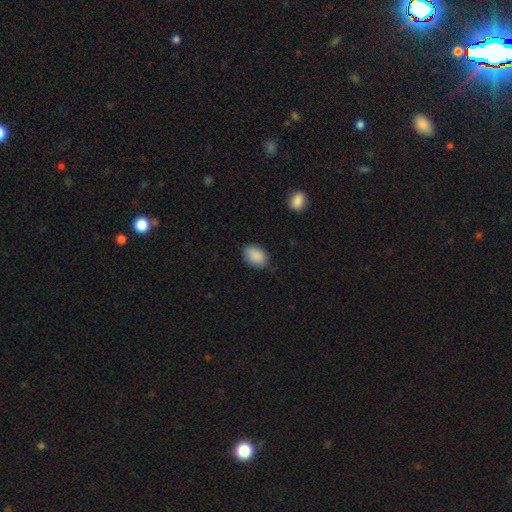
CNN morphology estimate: Smooth or featured: smooth — 89% (star or artifact — 7%)
How rounded: in between — 83% (round — 16%)
Merging: none — 80% (minor disturbance — 16%)